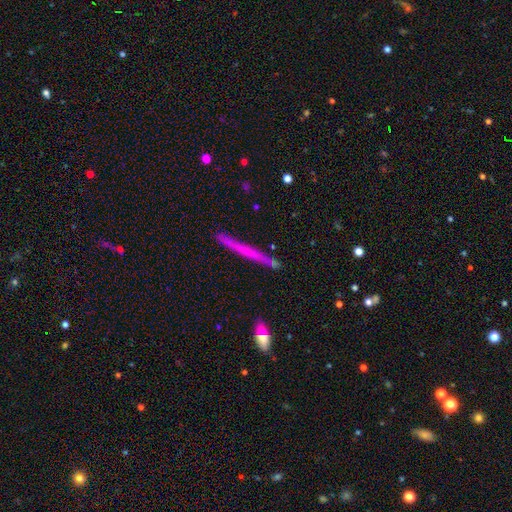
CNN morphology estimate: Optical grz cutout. It shows a featured or disk galaxy (48%). Merging: none (87%).